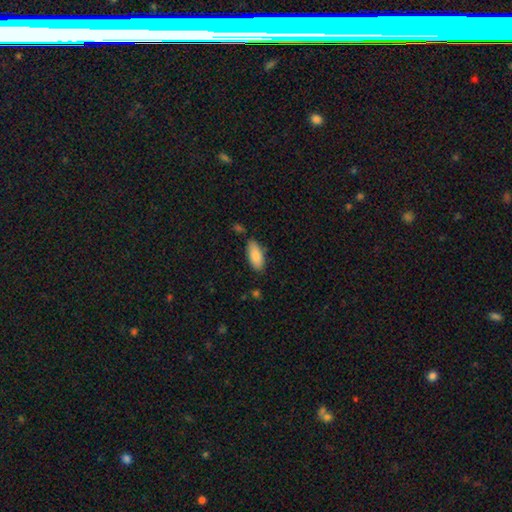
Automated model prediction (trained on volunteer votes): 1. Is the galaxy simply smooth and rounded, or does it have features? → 86% smooth, 8% featured or disk, 6% star or artifact.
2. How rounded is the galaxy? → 86% in between, 12% cigar-shaped, 2% round.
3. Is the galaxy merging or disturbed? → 76% none, 17% minor disturbance, 4% merger, 3% major disturbance.